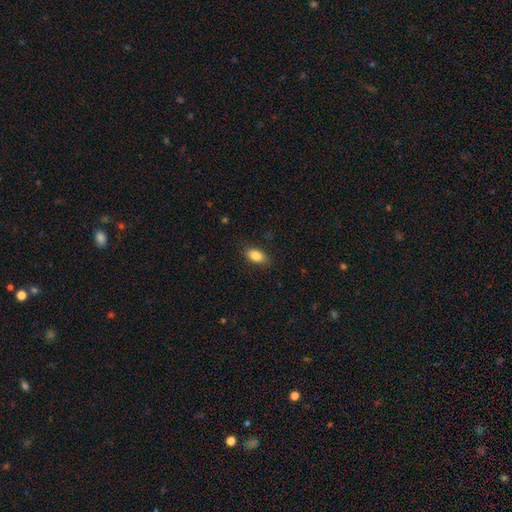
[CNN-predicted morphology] smooth-or-featured: smooth: 84% | featured or disk: 8% | star or artifact: 8%
  how-rounded: in between: 89% | round: 6% | cigar-shaped: 5%
  merging: none: 83% | minor disturbance: 13% | major disturbance: 3% | merger: 1%